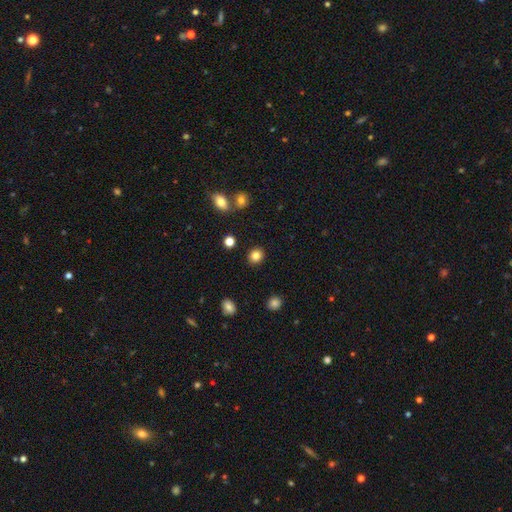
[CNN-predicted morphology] Smooth or featured: smooth — 84% (star or artifact — 10%)
How rounded: round — 81% (in between — 18%)
Merging: none — 90% (minor disturbance — 6%)